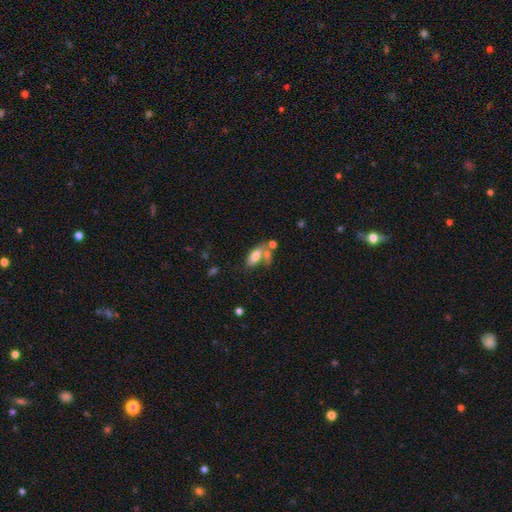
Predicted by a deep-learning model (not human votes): Q: Smooth or featured?
A: smooth (72%); runner-up: featured or disk (20%)
Q: How rounded?
A: in between (81%); runner-up: cigar-shaped (16%)
Q: Merging?
A: none (38%); runner-up: merger (35%)